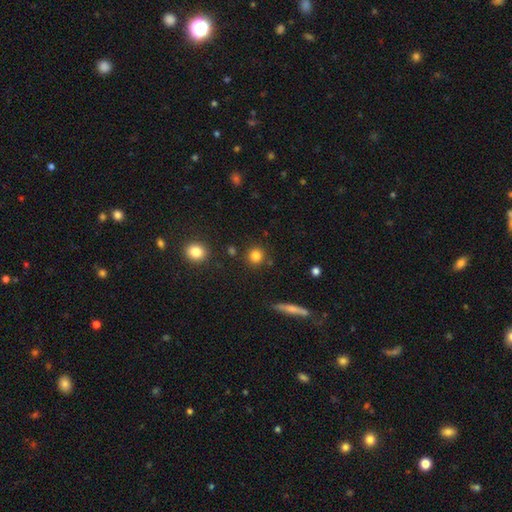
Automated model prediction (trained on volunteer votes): Smooth or featured? smooth (83%)
How rounded? round (89%)
Merging? none (86%)